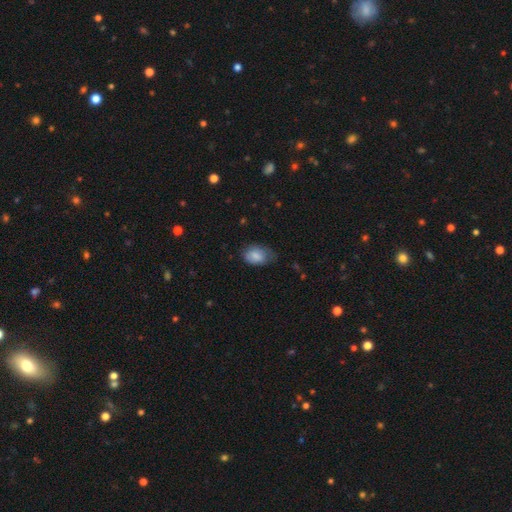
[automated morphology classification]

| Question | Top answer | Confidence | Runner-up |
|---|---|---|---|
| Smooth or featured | smooth | 82% | featured or disk (10%) |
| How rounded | in between | 84% | round (15%) |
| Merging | none | 54% | minor disturbance (35%) |